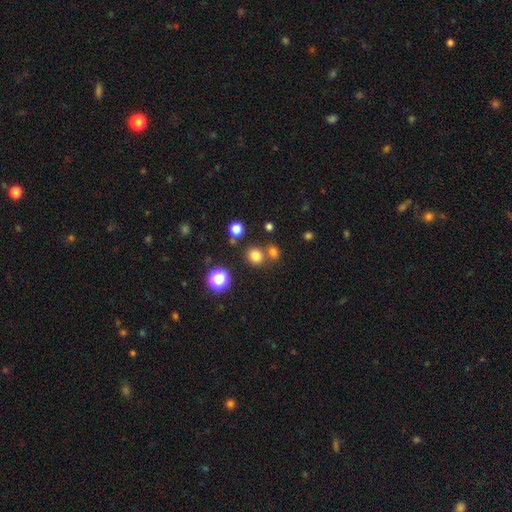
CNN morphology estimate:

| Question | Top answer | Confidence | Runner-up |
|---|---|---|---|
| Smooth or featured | smooth | 76% | star or artifact (18%) |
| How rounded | round | 84% | in between (15%) |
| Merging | none | 71% | merger (19%) |